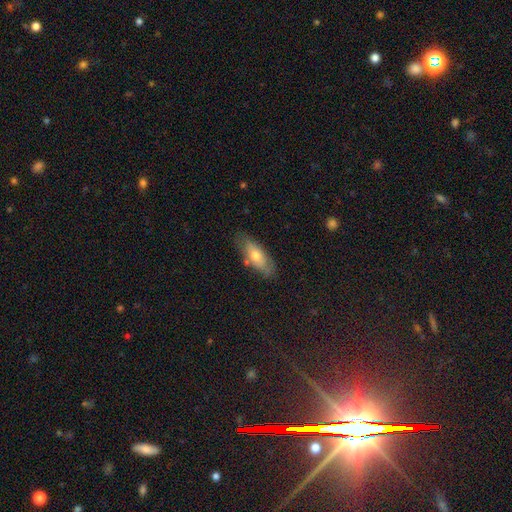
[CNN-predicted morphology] Smooth or featured: smooth — 63% (featured or disk — 31%)
How rounded: in between — 72% (cigar-shaped — 25%)
Merging: none — 75% (minor disturbance — 18%)